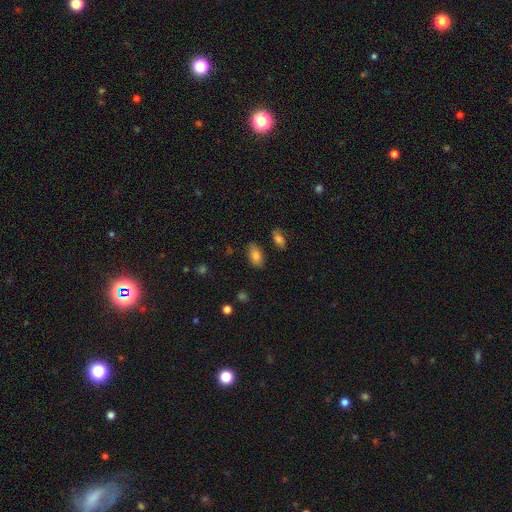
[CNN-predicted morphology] type=smooth (82%); roundness=in between (93%); merging=none (82%).